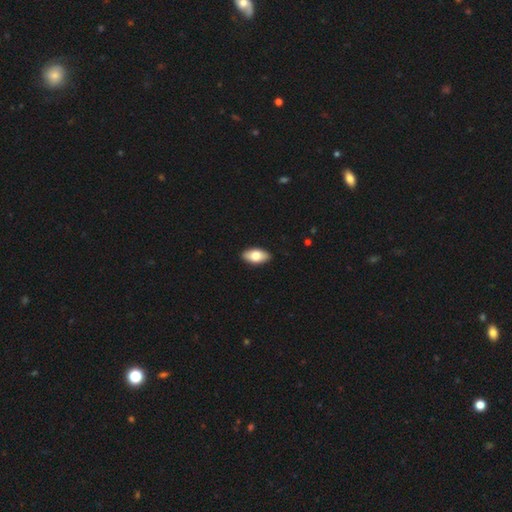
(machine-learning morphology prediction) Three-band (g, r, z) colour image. It shows a smooth galaxy with no disk features (78%) that is in between round and cigar-shaped (93%). Merging: none (90%).